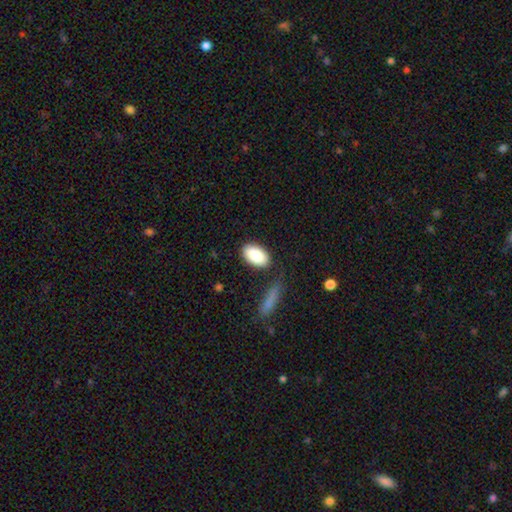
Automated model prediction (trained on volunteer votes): A smooth galaxy with no disk features (87%) that is in between round and cigar-shaped (93%).

Vote fractions:
- Smooth or featured? smooth: 87% / featured or disk: 7% / star or artifact: 6%
- How rounded? in between: 93% / round: 4% / cigar-shaped: 2%
- Merging? none: 81% / minor disturbance: 12% / merger: 4% / major disturbance: 3%